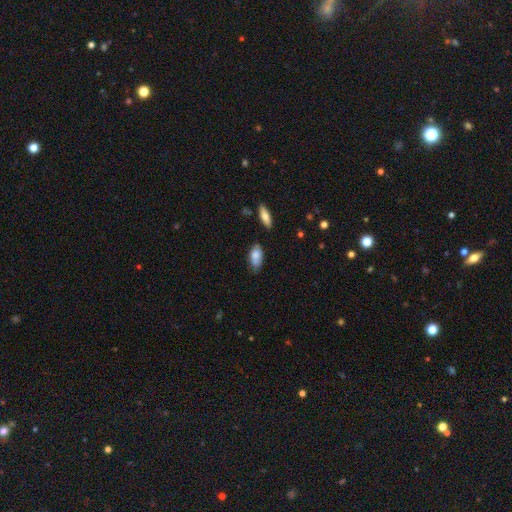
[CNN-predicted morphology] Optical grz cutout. It shows a smooth galaxy with no disk features (82%) that is in between round and cigar-shaped (90%). Merging: none (70%).